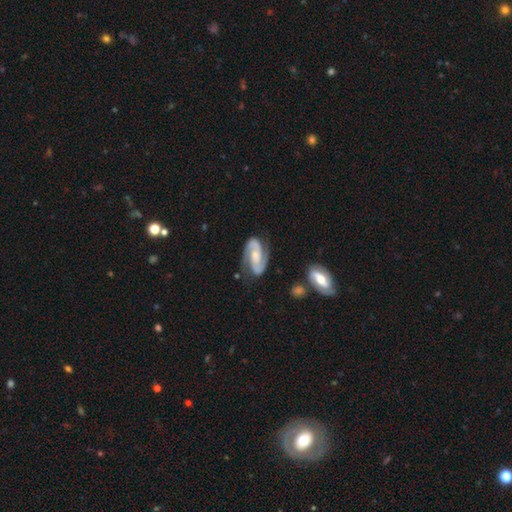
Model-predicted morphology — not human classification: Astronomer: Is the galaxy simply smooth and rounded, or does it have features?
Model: featured or disk — 89%.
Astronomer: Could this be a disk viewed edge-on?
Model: no — 97%.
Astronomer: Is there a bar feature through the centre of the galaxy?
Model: no — 44% (runner-up: weak, 35%).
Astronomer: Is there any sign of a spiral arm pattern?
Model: yes — 98%.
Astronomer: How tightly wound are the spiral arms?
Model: medium — 52% (runner-up: tight, 35%).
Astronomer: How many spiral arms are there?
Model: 2 — 93%.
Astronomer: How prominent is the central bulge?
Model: moderate — 44% (runner-up: small, 36%).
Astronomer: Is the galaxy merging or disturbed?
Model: none — 78%.